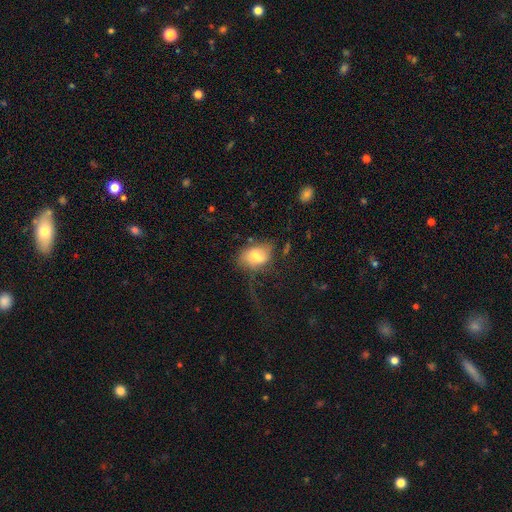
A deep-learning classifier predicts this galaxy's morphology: Smooth or featured: smooth — 61% (featured or disk — 30%)
How rounded: in between — 74% (round — 24%)
Merging: none — 39% (major disturbance — 28%)